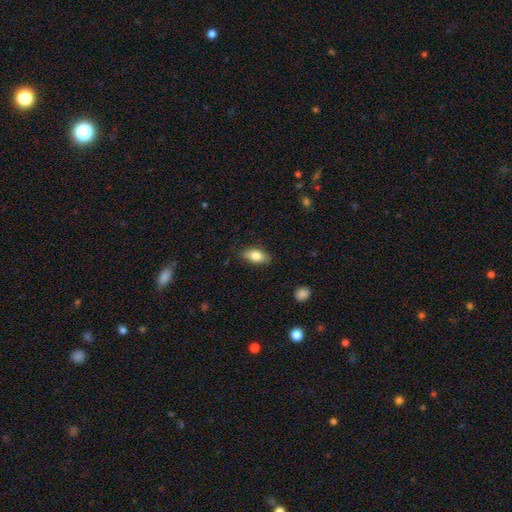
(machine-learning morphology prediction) smooth 82%, featured or disk 11%, star or artifact 7%. Down the decision tree: how rounded — in between (88%); merging — none (83%).